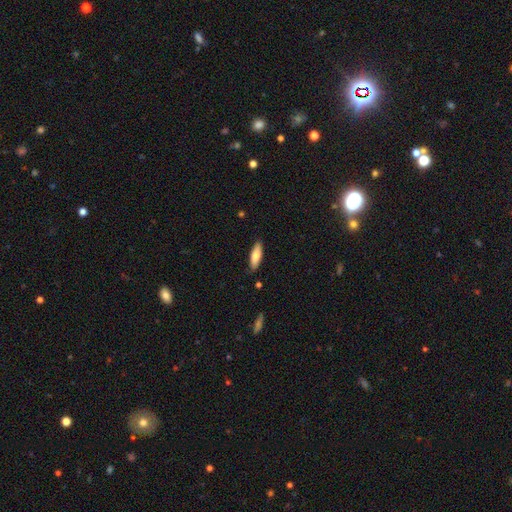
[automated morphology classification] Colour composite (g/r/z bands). It shows a smooth galaxy with no disk features (74%) that is in between round and cigar-shaped (50%). Merging: none (86%).